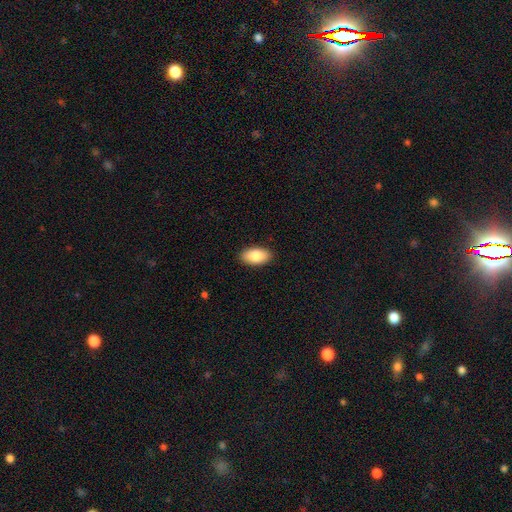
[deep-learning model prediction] This appears to be a smooth galaxy with no disk features (87%) that is in between round and cigar-shaped (95%). Merging: none (90%).